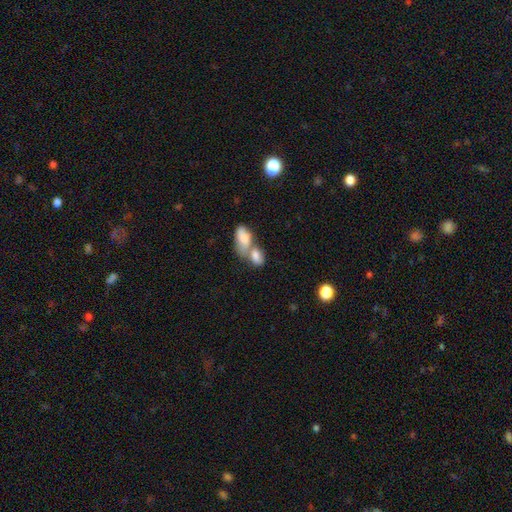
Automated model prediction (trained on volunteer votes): Q: Smooth or featured?
A: smooth (81%); runner-up: featured or disk (12%)
Q: How rounded?
A: in between (89%); runner-up: round (8%)
Q: Merging?
A: merger (71%); runner-up: none (18%)